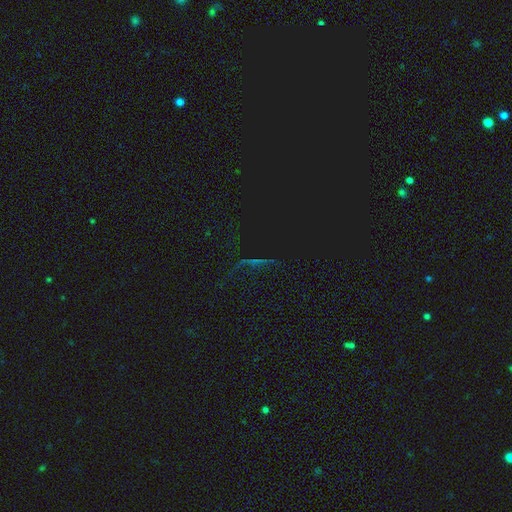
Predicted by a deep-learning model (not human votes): star or artifact 75%, smooth 13%, featured or disk 12%.